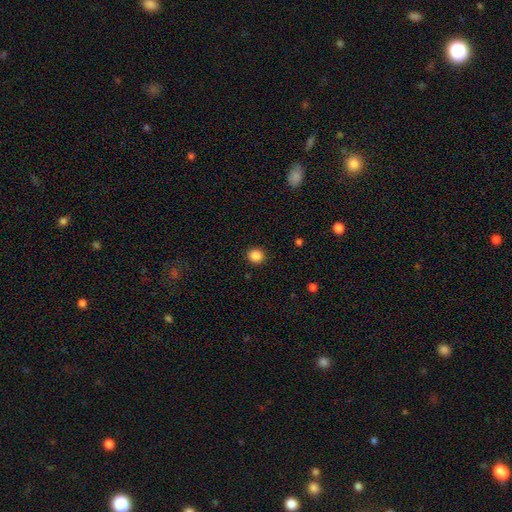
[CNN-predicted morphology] Q: Smooth or featured?
A: smooth (87%); runner-up: star or artifact (11%)
Q: How rounded?
A: round (91%); runner-up: in between (8%)
Q: Merging?
A: none (92%); runner-up: minor disturbance (5%)